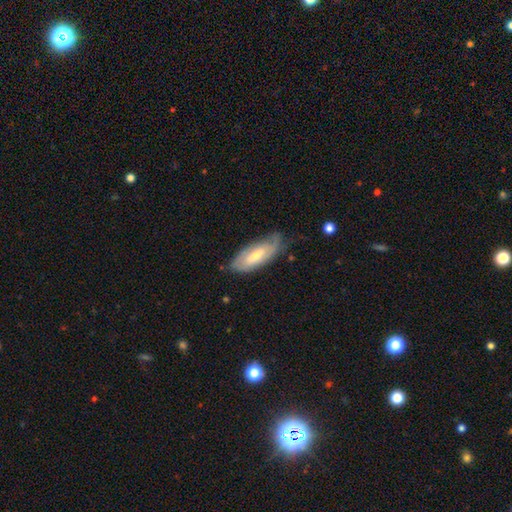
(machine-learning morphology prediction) smooth_or_featured: smooth (p=0.51) [alt: featured or disk p=0.44]
how_rounded: in between (p=0.72) [alt: cigar-shaped p=0.26]
merging: none (p=0.63) [alt: minor disturbance p=0.28]